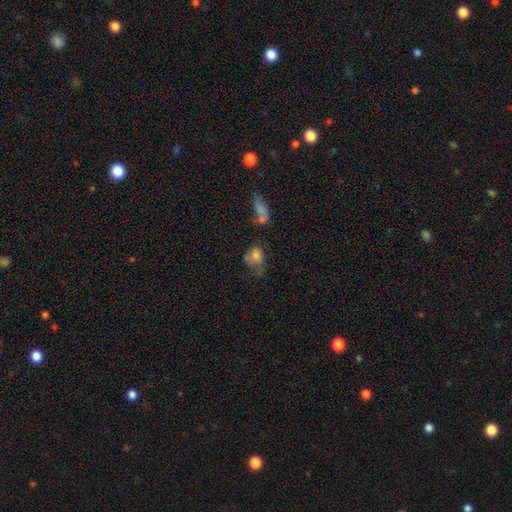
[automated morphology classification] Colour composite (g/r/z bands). It shows a smooth galaxy with no disk features (67%) that is in between round and cigar-shaped (63%). Merging: major disturbance (27%, tied with merger).